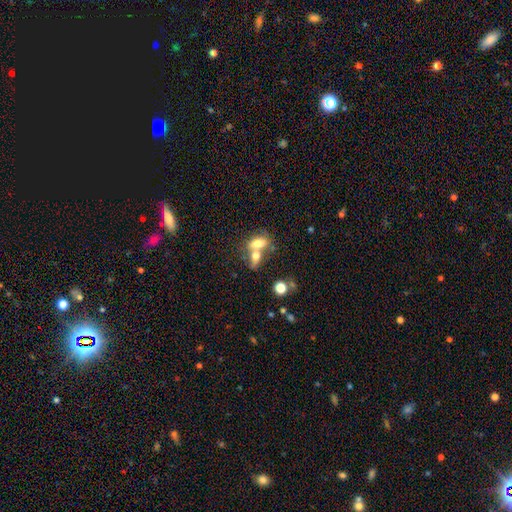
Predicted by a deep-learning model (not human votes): Smooth or featured? smooth (69%)
How rounded? in between (76%)
Merging? merger (64%)